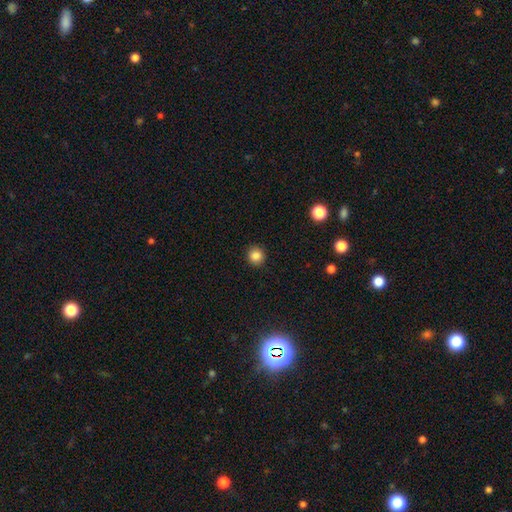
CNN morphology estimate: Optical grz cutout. It shows a smooth galaxy with no disk features (85%) that is round (92%). Merging: none (92%).